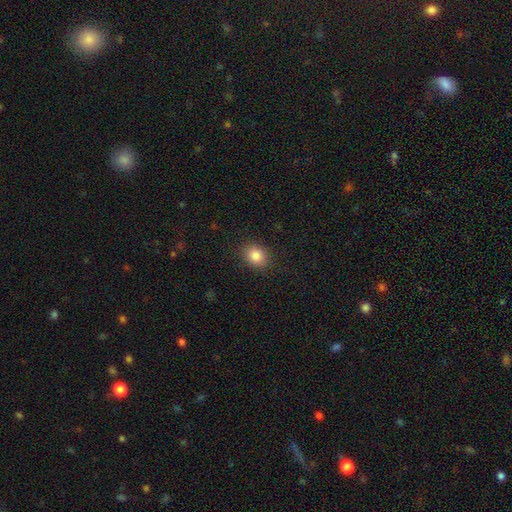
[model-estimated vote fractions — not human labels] smooth-or-featured: smooth: 84% | star or artifact: 10% | featured or disk: 6%
  how-rounded: round: 56% | in between: 43% | cigar-shaped: 1%
  merging: none: 89% | minor disturbance: 8% | major disturbance: 2% | merger: 1%